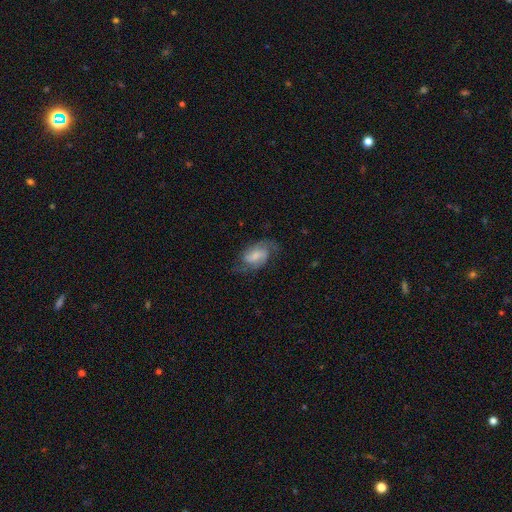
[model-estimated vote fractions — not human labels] Morphology: type=featured or disk (71%); edge-on=no (97%); bar=weak (48%); spiral arms=yes (93%); winding=medium (50%); arm count=2 (86%); bulge=small (38%); merging=none (67%).